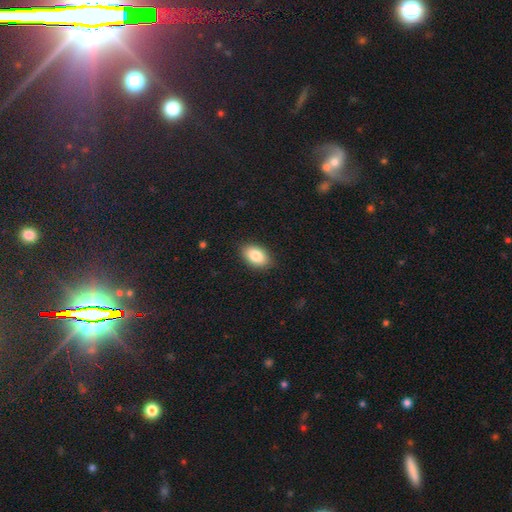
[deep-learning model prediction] This appears to be a smooth galaxy with no disk features (85%) that is in between round and cigar-shaped (92%). Merging: none (88%).